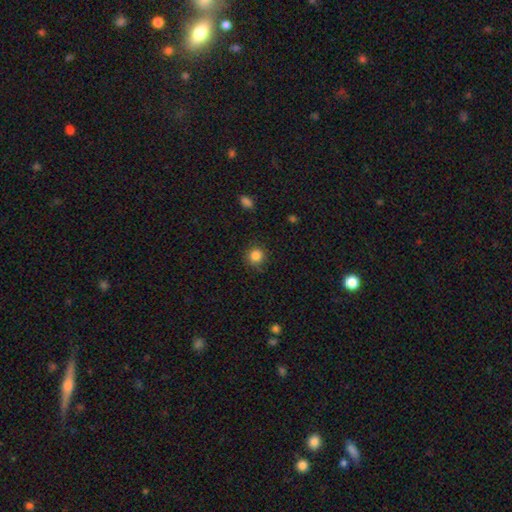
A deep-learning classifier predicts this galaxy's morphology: smooth-or-featured: smooth: 85% | star or artifact: 11% | featured or disk: 4%
  how-rounded: round: 93% | in between: 6% | cigar-shaped: 1%
  merging: none: 86% | minor disturbance: 10% | major disturbance: 3% | merger: 1%